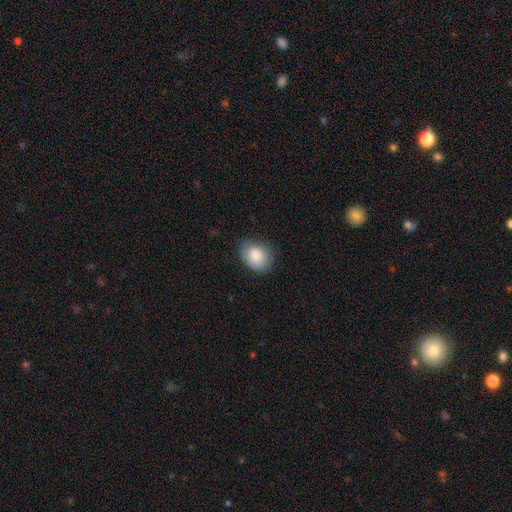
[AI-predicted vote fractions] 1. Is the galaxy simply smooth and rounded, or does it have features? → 85% smooth, 8% featured or disk, 7% star or artifact.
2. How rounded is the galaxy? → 59% in between, 40% round, 1% cigar-shaped.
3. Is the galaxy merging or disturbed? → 73% none, 21% minor disturbance, 5% major disturbance, 1% merger.